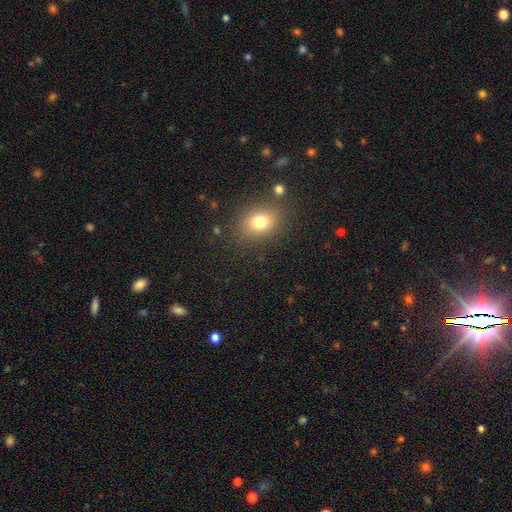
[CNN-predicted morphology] A smooth galaxy with no disk features (63%) that is round (55%). Merging: none (88%).